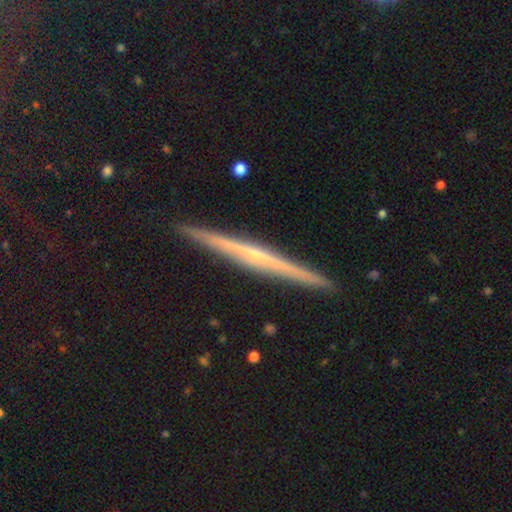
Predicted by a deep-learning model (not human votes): Smooth or featured?
  - featured or disk: 75% *
  - smooth: 16%
  - star or artifact: 9%
Edge-on disk?
  - yes: 98% *
  - no: 2%
Edge-on bulge?
  - none: 48% *
  - rounded: 45%
  - boxy: 7%
Merging?
  - none: 93% *
  - minor disturbance: 5%
  - major disturbance: 1%
  - merger: 1%